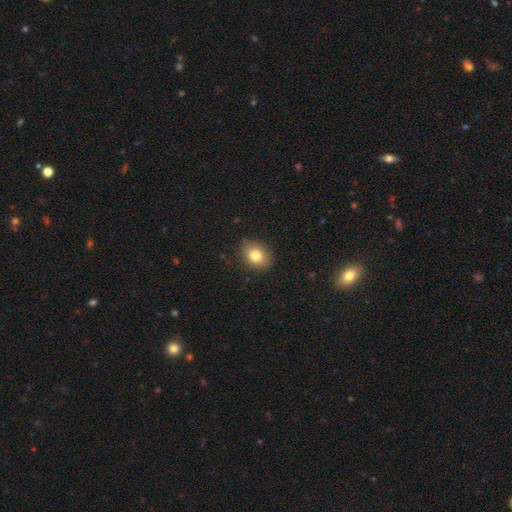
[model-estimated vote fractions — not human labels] The model was most divided on "how rounded": in between: 50%, round: 49%, cigar-shaped: 1%. More confident: merging — none (85%); smooth or featured — smooth (81%).